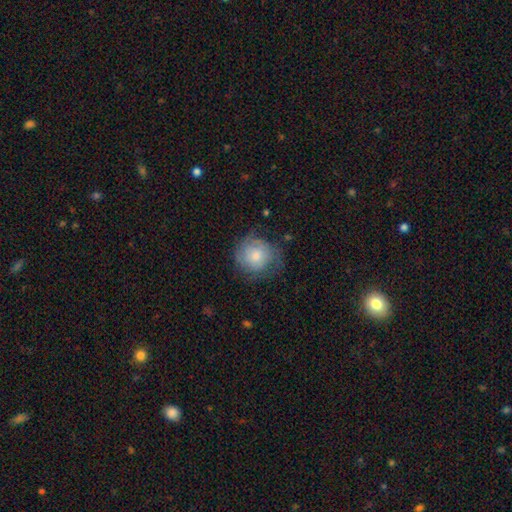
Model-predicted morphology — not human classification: smooth 56%, featured or disk 37%, star or artifact 7%. Down the decision tree: how rounded — round (88%); merging — none (58%).